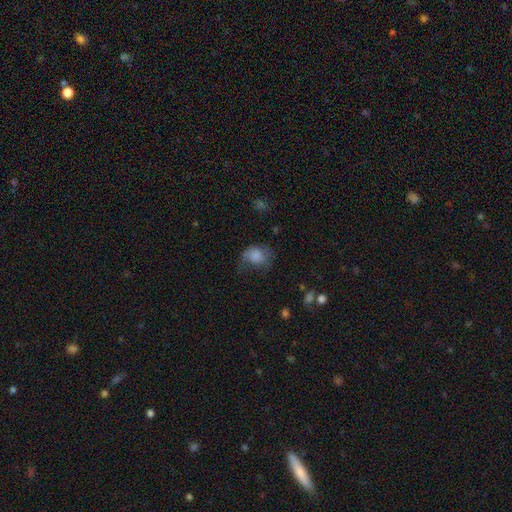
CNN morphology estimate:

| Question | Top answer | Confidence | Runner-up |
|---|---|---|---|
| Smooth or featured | smooth | 73% | featured or disk (18%) |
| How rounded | round | 51% | in between (48%) |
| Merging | none | 41% | minor disturbance (31%) |